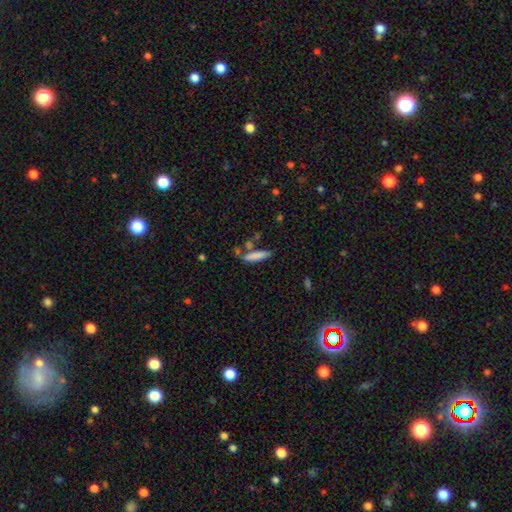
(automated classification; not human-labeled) A smooth galaxy with no disk features (80%) that is cigar-shaped (81%).

Vote fractions:
- Smooth or featured? smooth: 80% / featured or disk: 13% / star or artifact: 7%
- How rounded? cigar-shaped: 81% / in between: 17% / round: 2%
- Merging? none: 68% / minor disturbance: 16% / merger: 12% / major disturbance: 4%